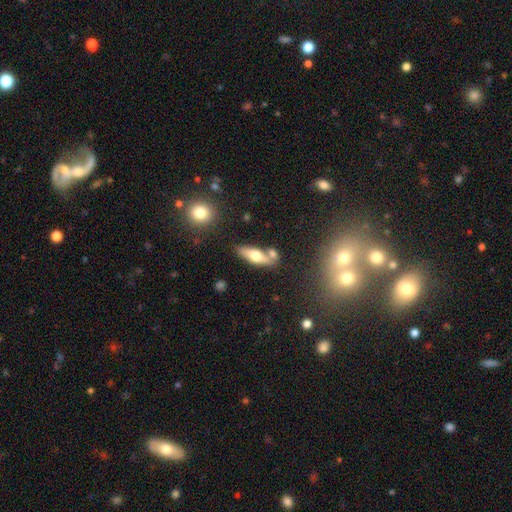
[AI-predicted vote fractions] smooth 55%, featured or disk 38%, star or artifact 7%. Down the decision tree: how rounded — in between (52%); merging — none (60%).